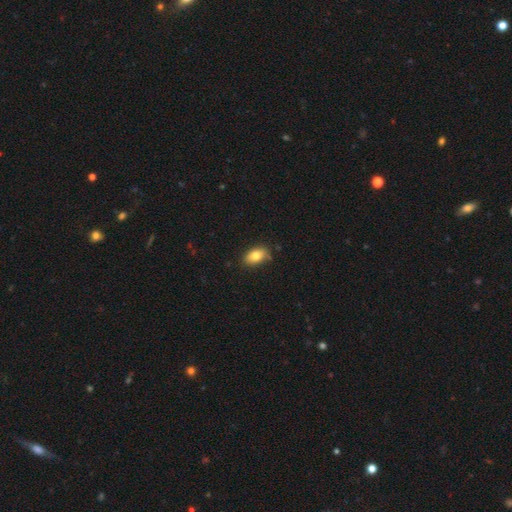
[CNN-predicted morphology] Q: Smooth or featured?
A: smooth (80%); runner-up: featured or disk (12%)
Q: How rounded?
A: in between (89%); runner-up: round (8%)
Q: Merging?
A: none (82%); runner-up: minor disturbance (14%)